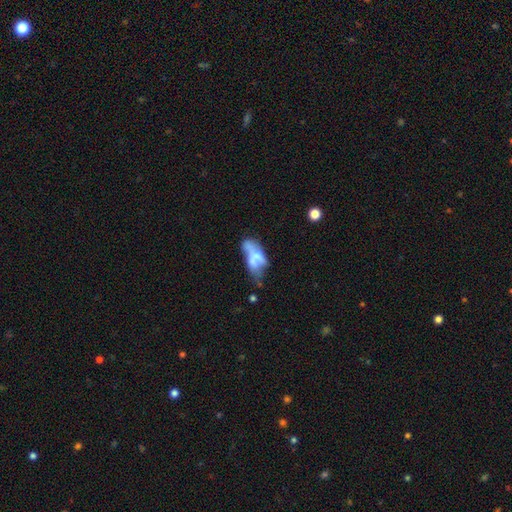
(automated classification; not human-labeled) Smooth or featured: featured or disk — 47% (smooth — 44%)
Merging: merger — 36% (major disturbance — 25%)